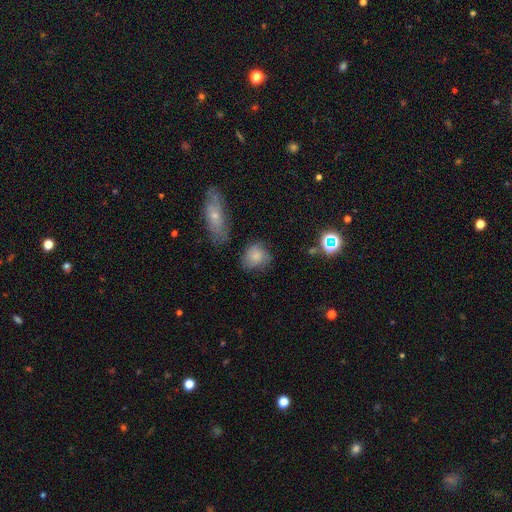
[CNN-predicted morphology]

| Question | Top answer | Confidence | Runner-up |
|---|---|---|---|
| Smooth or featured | smooth | 71% | featured or disk (19%) |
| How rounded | round | 61% | in between (37%) |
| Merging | none | 58% | minor disturbance (26%) |